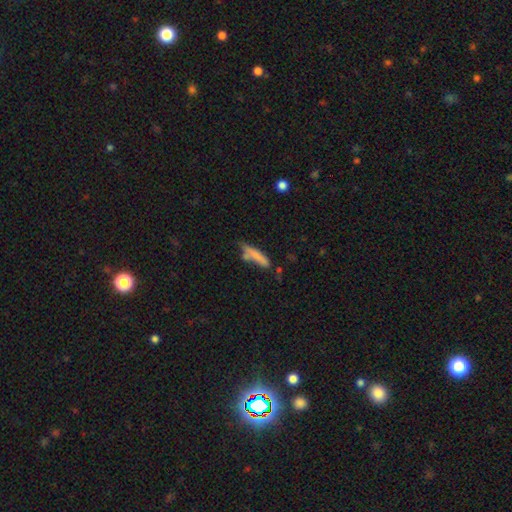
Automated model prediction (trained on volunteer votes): Smooth or featured? smooth (71%)
How rounded? cigar-shaped (78%)
Merging? none (46%)